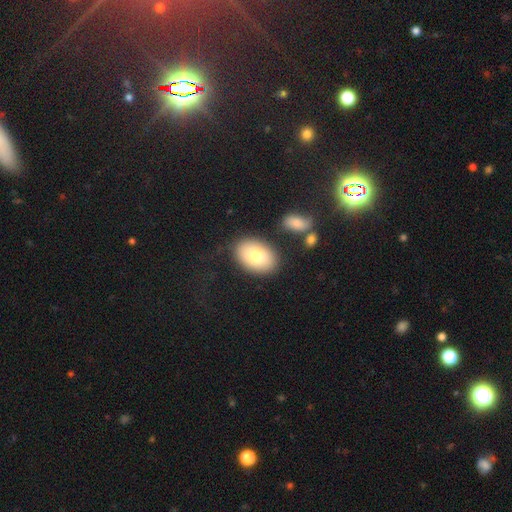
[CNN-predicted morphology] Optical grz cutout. It shows a smooth galaxy with no disk features (78%) that is in between round and cigar-shaped (82%). Merging: none (82%).